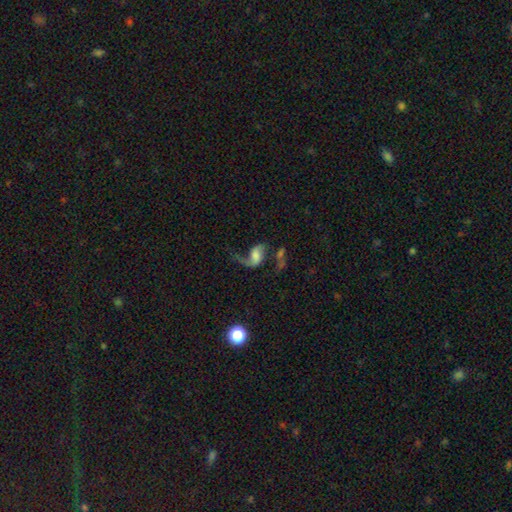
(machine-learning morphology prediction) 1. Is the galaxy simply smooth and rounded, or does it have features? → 73% featured or disk, 18% smooth, 9% star or artifact.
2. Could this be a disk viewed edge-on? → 97% no, 3% yes.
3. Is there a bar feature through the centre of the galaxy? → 44% no, 40% weak, 16% strong.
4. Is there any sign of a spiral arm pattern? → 91% yes, 9% no.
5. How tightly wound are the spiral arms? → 81% loose, 15% medium, 3% tight.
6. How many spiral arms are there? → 69% 2, 27% 1, 2% can't tell, 1% 3, 1% 4, 1% more than 4.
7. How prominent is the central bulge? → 28% moderate, 24% large, 23% none, 19% small, 5% dominant.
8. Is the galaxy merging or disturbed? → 39% none, 33% major disturbance, 16% minor disturbance, 12% merger.